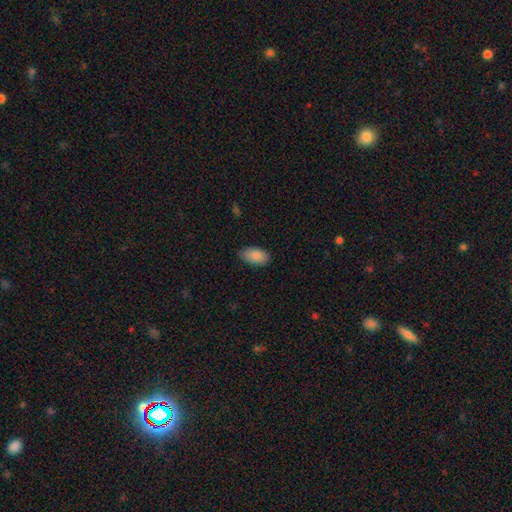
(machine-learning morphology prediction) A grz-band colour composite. It shows a smooth galaxy with no disk features (88%) that is in between round and cigar-shaped (94%). Merging: none (84%).